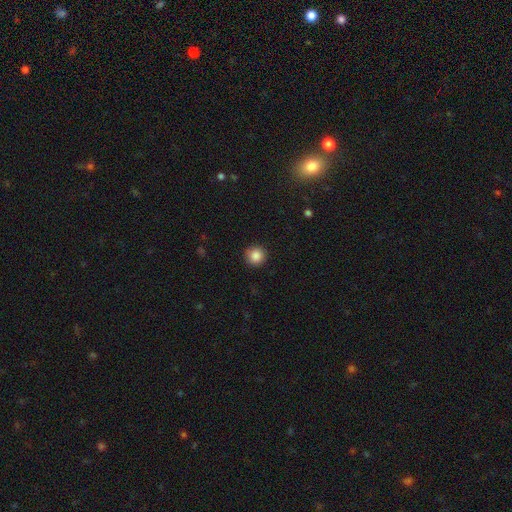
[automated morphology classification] smooth_or_featured: smooth (p=0.87) [alt: star or artifact p=0.10]
how_rounded: round (p=0.94) [alt: in between p=0.05]
merging: none (p=0.89) [alt: minor disturbance p=0.08]